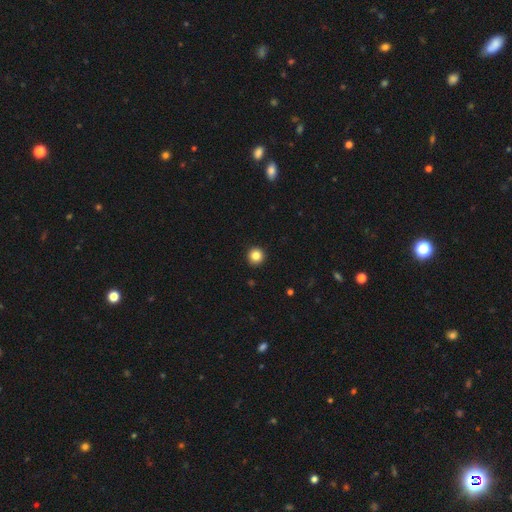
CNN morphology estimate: The model was most divided on "smooth or featured": smooth: 85%, star or artifact: 10%, featured or disk: 4%. More confident: how rounded — round (96%); merging — none (94%).